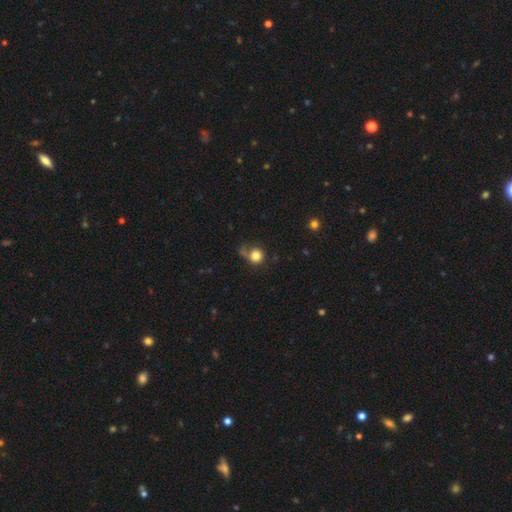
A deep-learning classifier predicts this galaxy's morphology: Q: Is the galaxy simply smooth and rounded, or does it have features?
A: smooth — 78%.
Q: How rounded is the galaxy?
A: round — 86%.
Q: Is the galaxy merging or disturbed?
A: none — 49%.